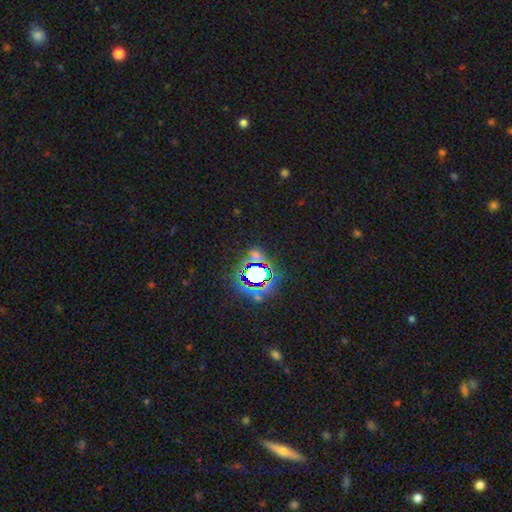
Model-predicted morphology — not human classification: smooth-or-featured: star or artifact: 69% | smooth: 22% | featured or disk: 9%